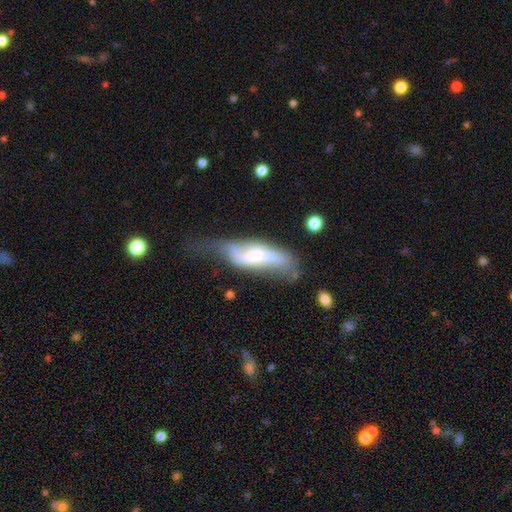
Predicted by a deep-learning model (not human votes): A featured or disk galaxy (49%). Merging: major disturbance (39%).